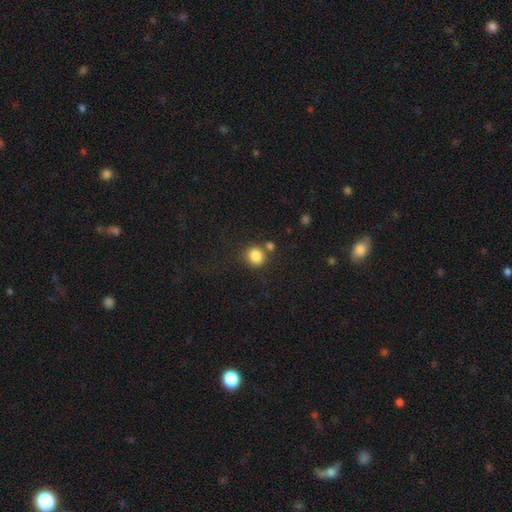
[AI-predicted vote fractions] Overall: smooth (84%). How rounded: round (83%). Merging: none (69%).